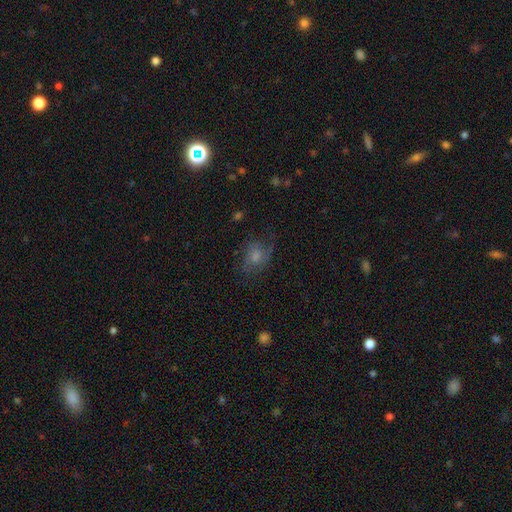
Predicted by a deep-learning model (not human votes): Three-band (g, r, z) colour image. It shows a smooth galaxy with no disk features (50%) that is in between round and cigar-shaped (64%). Merging: none (52%).